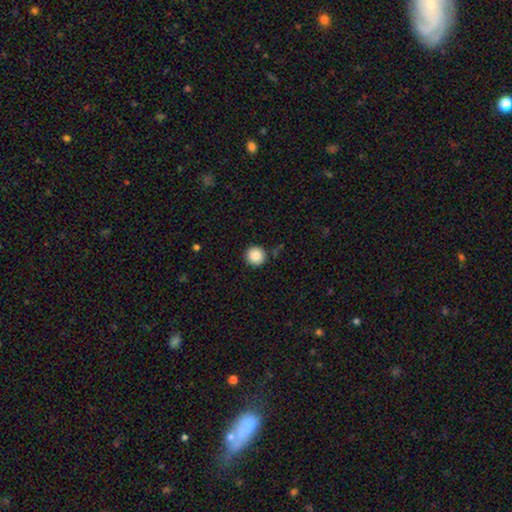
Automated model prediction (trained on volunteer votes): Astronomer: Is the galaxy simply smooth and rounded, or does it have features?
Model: smooth — 87%.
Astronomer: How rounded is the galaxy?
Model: round — 95%.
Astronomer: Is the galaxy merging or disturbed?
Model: none — 89%.